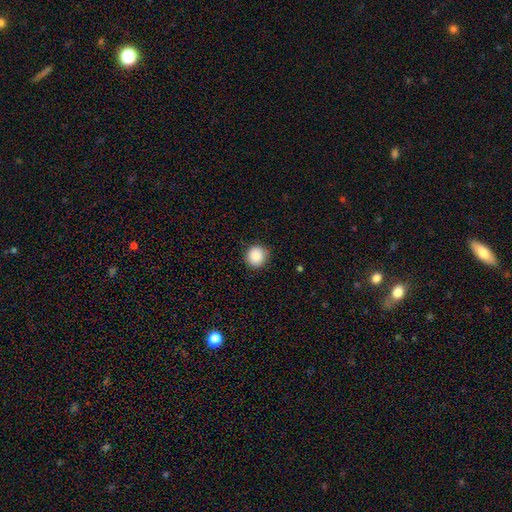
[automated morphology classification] This appears to be a smooth galaxy with no disk features (87%) that is round (93%). Merging: none (88%).